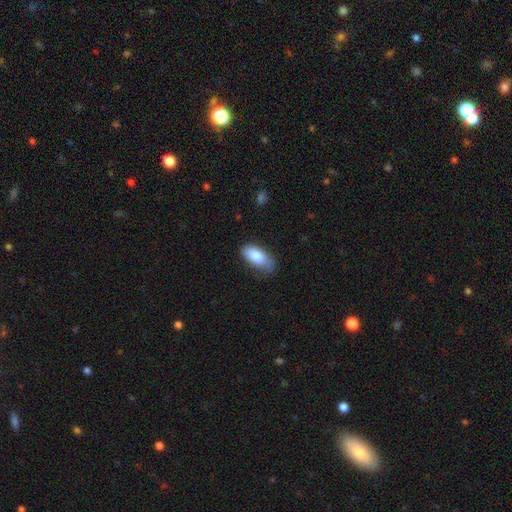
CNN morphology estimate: Smooth or featured: smooth — 83% (featured or disk — 11%)
How rounded: in between — 91% (cigar-shaped — 6%)
Merging: none — 50% (minor disturbance — 36%)